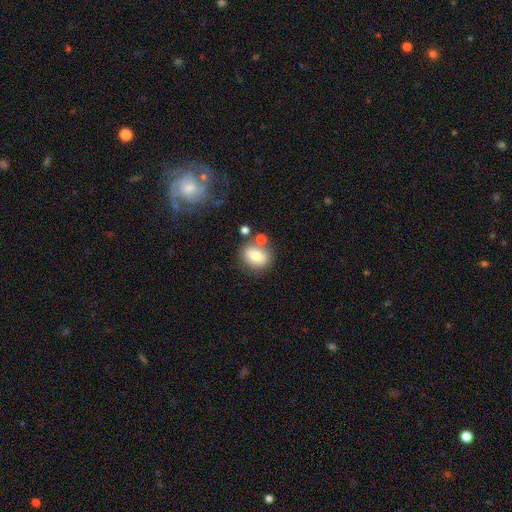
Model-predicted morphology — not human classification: This is likely a smooth galaxy (75%). How rounded: possibly round (56%). Merging: likely none (68%).